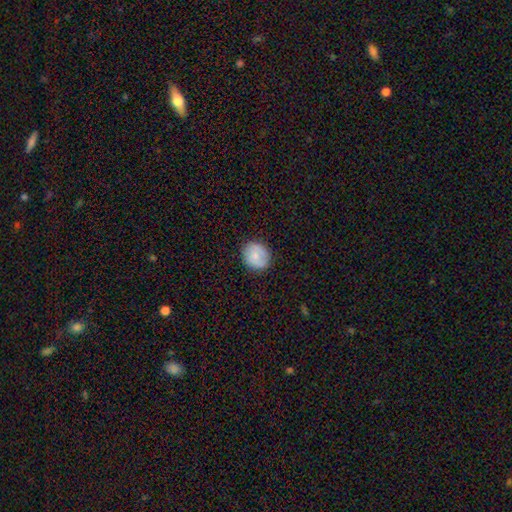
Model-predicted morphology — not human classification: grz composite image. It shows a smooth galaxy with no disk features (73%) that is round (77%). Merging: none (84%).